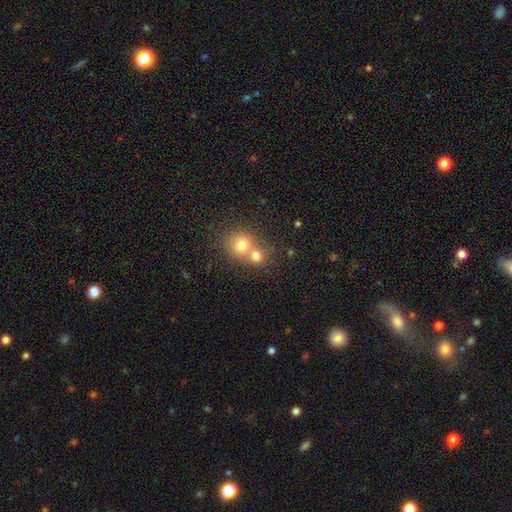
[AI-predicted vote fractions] A smooth galaxy with no disk features (75%) that is round (83%).

Vote fractions:
- Smooth or featured? smooth: 75% / featured or disk: 12% / star or artifact: 12%
- How rounded? round: 83% / in between: 16% / cigar-shaped: 1%
- Merging? merger: 56% / none: 37% / minor disturbance: 5% / major disturbance: 2%